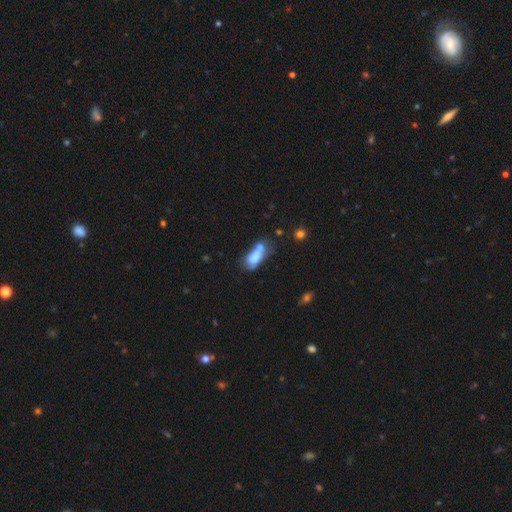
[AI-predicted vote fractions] smooth-or-featured: smooth: 68% | featured or disk: 22% | star or artifact: 9%
  how-rounded: in between: 75% | cigar-shaped: 22% | round: 3%
  merging: merger: 33% | none: 29% | minor disturbance: 23% | major disturbance: 15%